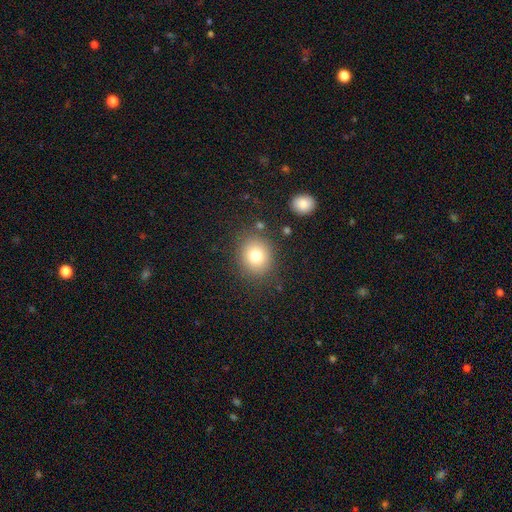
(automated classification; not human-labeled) Smooth or featured: smooth — 79% (star or artifact — 12%)
How rounded: round — 76% (in between — 23%)
Merging: none — 84% (minor disturbance — 10%)